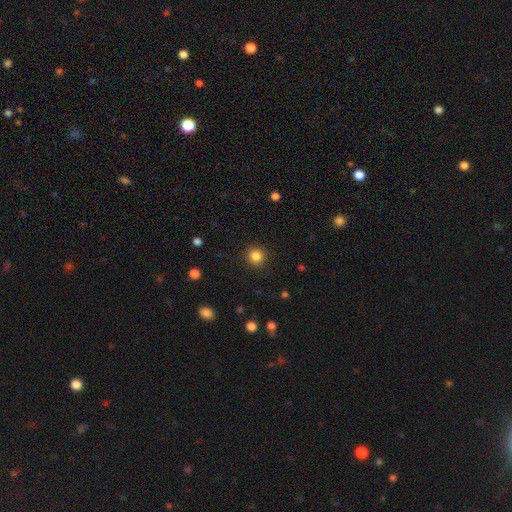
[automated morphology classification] A smooth galaxy with no disk features (85%) that is round (93%).

Vote fractions:
- Smooth or featured? smooth: 85% / star or artifact: 12% / featured or disk: 4%
- How rounded? round: 93% / in between: 6% / cigar-shaped: 1%
- Merging? none: 90% / minor disturbance: 6% / major disturbance: 2% / merger: 1%